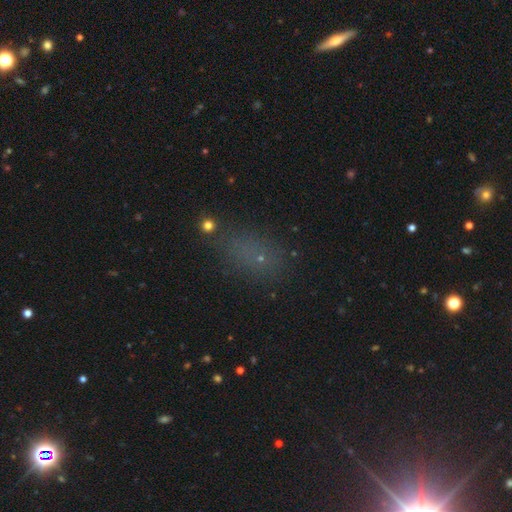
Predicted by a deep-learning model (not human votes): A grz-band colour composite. It shows a smooth galaxy with no disk features (54%) that is in between round and cigar-shaped (71%). Merging: none (73%).